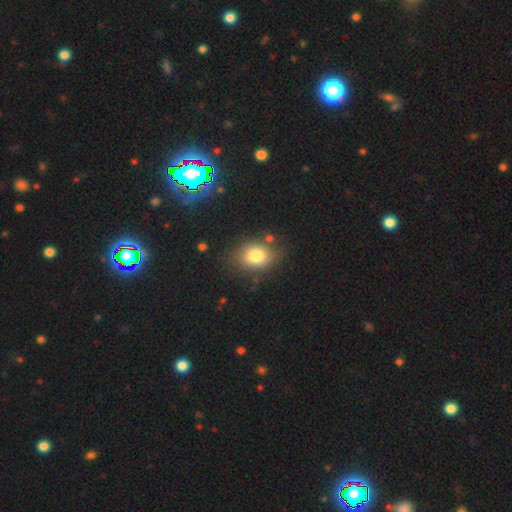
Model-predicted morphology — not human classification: smooth 79%, star or artifact 11%, featured or disk 10%. Down the decision tree: how rounded — in between (54%); merging — none (79%).